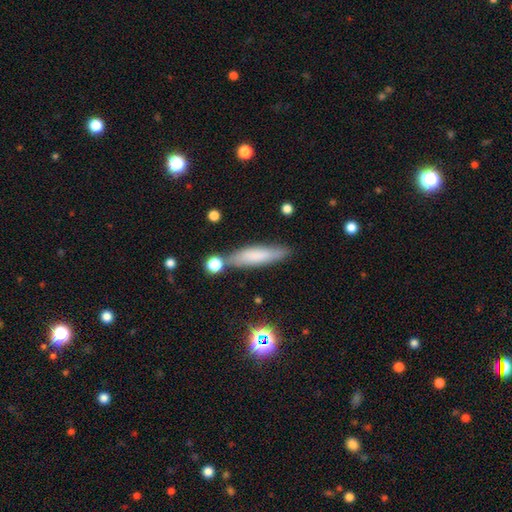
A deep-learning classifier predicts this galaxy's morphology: The model was most divided on "smooth or featured": smooth: 72%, featured or disk: 20%, star or artifact: 8%. More confident: merging — none (76%); how rounded — cigar-shaped (76%).